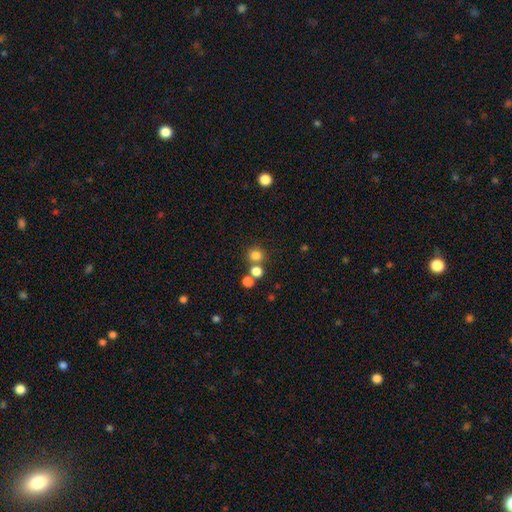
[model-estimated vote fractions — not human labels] This is likely a smooth galaxy (78%). How rounded: clearly round (88%). Merging: likely none (68%).